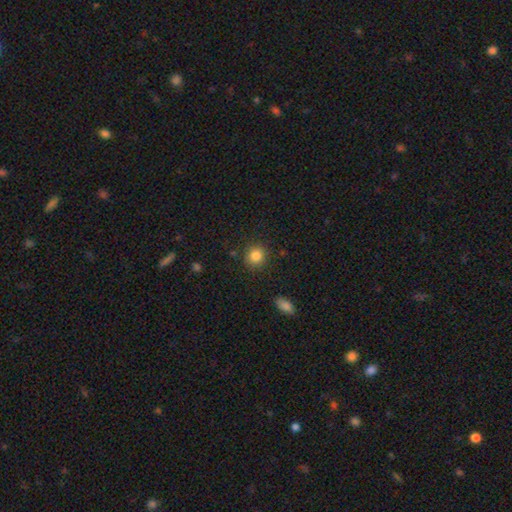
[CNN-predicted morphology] Q: Smooth or featured?
A: smooth (85%); runner-up: star or artifact (10%)
Q: How rounded?
A: round (86%); runner-up: in between (13%)
Q: Merging?
A: none (86%); runner-up: minor disturbance (9%)